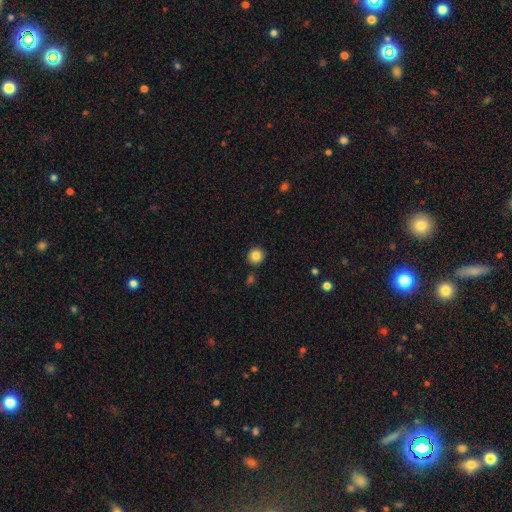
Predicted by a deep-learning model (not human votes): Morphology: type=smooth (85%); roundness=round (93%); merging=none (89%).